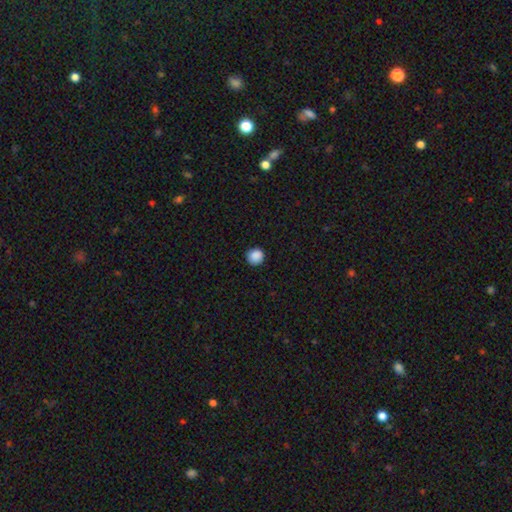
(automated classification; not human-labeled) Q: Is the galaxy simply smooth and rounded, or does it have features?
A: smooth — 88%.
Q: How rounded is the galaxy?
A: round — 93%.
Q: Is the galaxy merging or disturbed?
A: none — 90%.